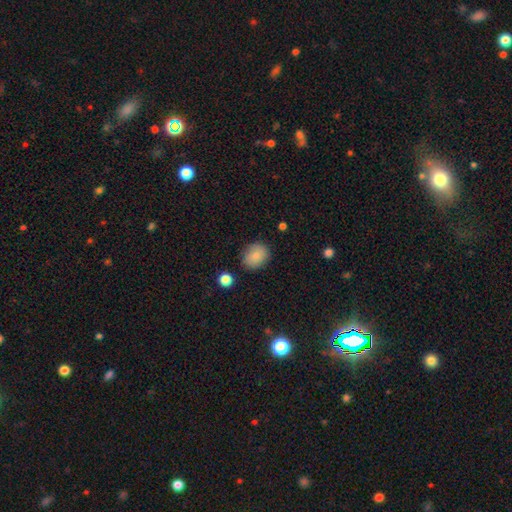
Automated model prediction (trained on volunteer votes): smooth-or-featured: smooth: 86% | star or artifact: 8% | featured or disk: 6%
  how-rounded: round: 53% | in between: 46% | cigar-shaped: 1%
  merging: none: 81% | minor disturbance: 14% | major disturbance: 3% | merger: 2%